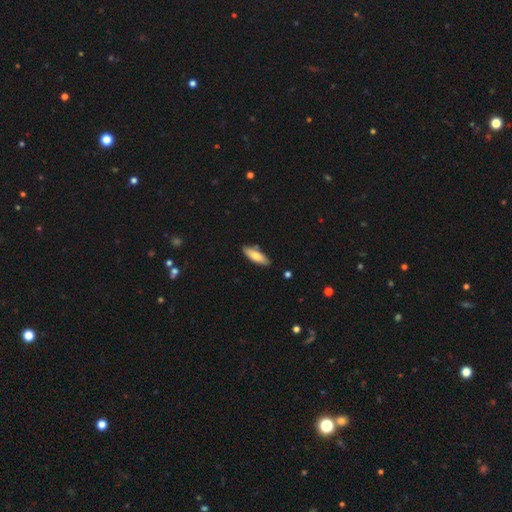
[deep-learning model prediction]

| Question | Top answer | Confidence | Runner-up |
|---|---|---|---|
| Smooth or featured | smooth | 76% | featured or disk (18%) |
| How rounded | in between | 53% | cigar-shaped (45%) |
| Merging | none | 84% | minor disturbance (11%) |